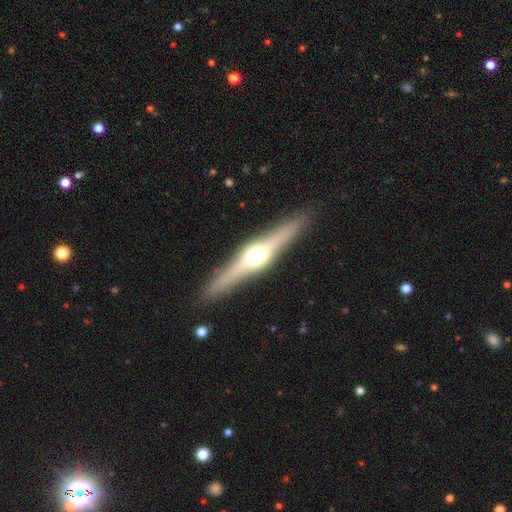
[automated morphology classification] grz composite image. It shows a featured or disk galaxy (80%) viewed edge-on (98%) with a rounded central bulge (91%). Merging: none (91%).